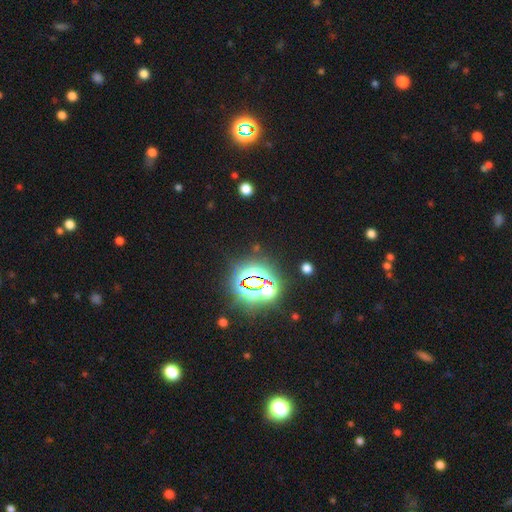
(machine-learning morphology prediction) Overall: star or artifact (82%).